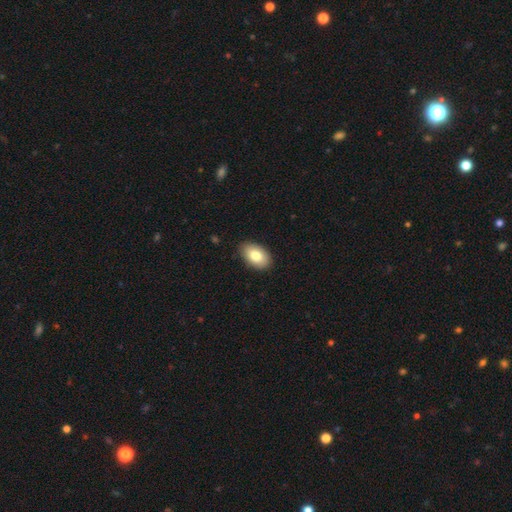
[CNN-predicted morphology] Smooth or featured?
  - smooth: 80% *
  - featured or disk: 12%
  - star or artifact: 7%
How rounded?
  - in between: 92% *
  - round: 7%
  - cigar-shaped: 1%
Merging?
  - none: 87% *
  - minor disturbance: 10%
  - major disturbance: 2%
  - merger: 1%